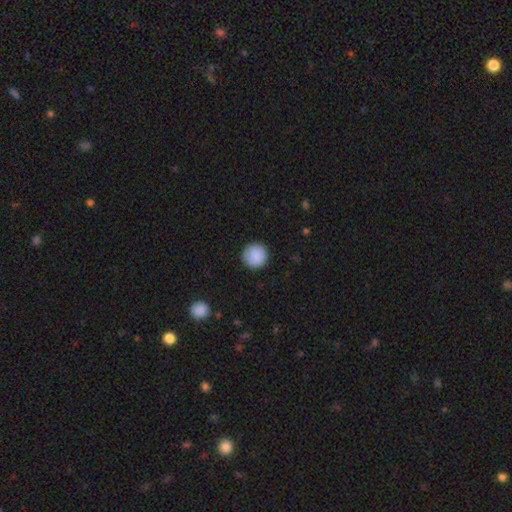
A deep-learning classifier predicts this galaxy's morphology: This is clearly a smooth galaxy (89%). How rounded: clearly round (96%). Merging: clearly none (91%).